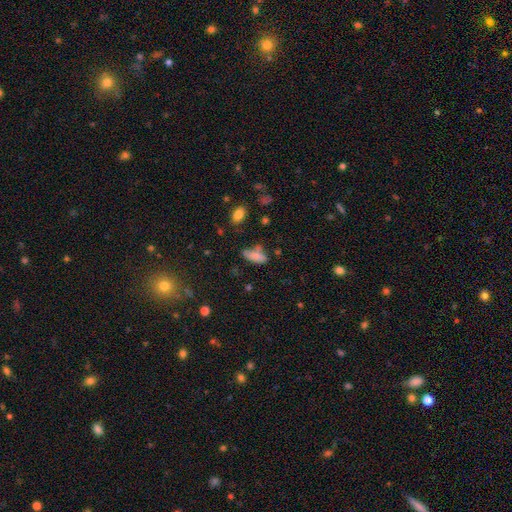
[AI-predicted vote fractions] Smooth or featured?
  - smooth: 77% *
  - featured or disk: 12%
  - star or artifact: 11%
How rounded?
  - in between: 75% *
  - cigar-shaped: 22%
  - round: 3%
Merging?
  - none: 45% *
  - minor disturbance: 30%
  - major disturbance: 14%
  - merger: 11%